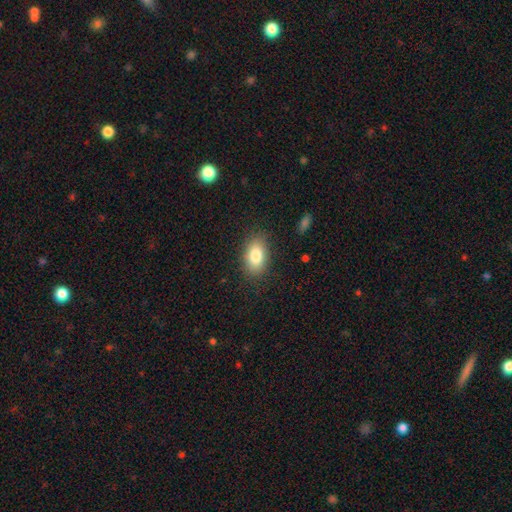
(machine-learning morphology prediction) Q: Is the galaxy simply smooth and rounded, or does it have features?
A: smooth — 83%.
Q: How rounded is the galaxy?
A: in between — 90%.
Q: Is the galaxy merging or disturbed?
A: none — 84%.